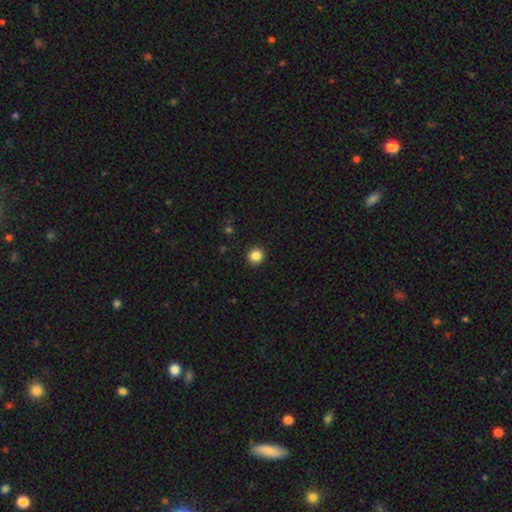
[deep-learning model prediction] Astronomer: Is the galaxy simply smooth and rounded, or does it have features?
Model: smooth — 85%.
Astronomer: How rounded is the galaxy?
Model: round — 93%.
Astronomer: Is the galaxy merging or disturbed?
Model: none — 93%.